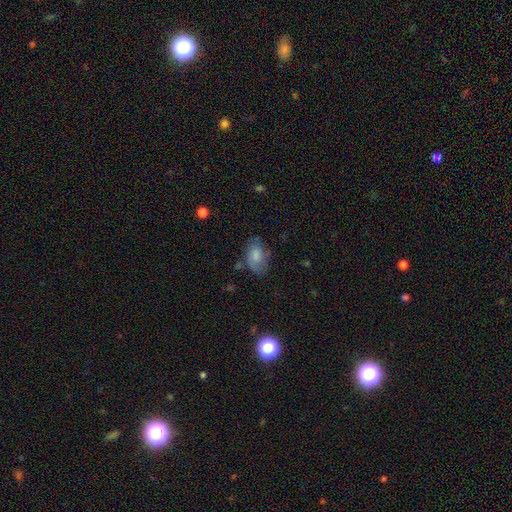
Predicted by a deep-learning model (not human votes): This appears to be a smooth galaxy with no disk features (71%) that is in between round and cigar-shaped (89%). Merging: none (58%).